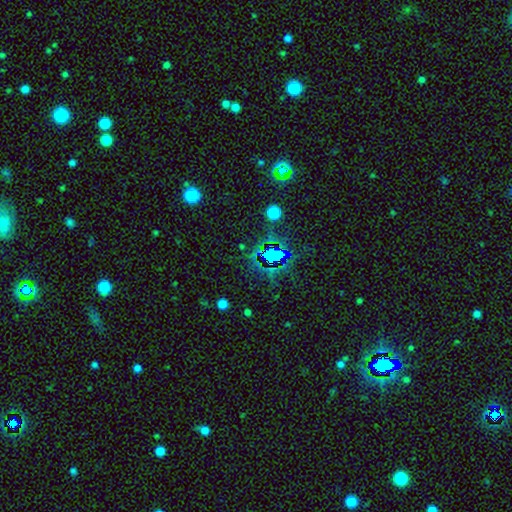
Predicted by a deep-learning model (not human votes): This is likely a star or artifact rather than a galaxy (74%).